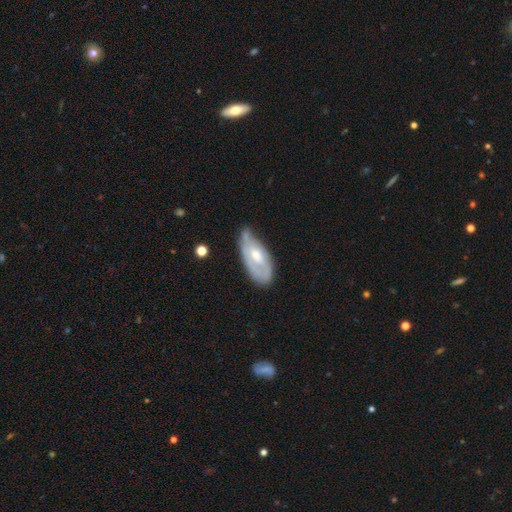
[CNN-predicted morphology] Smooth or featured? Predicted: featured or disk (p=0.58). Edge-on disk? Predicted: no (p=0.88). Bar? Predicted: no (p=0.65). Spiral arms? Predicted: yes (p=0.59). Bulge size? Predicted: moderate (p=0.56). Merging? Predicted: none (p=0.48).